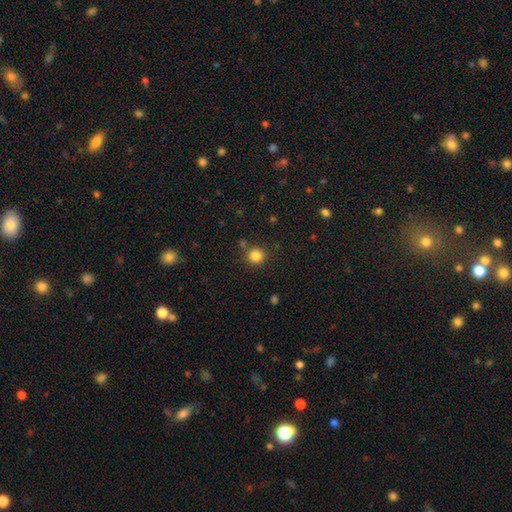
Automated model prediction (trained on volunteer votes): This appears to be a smooth galaxy with no disk features (83%) that is round (92%). Merging: none (82%).